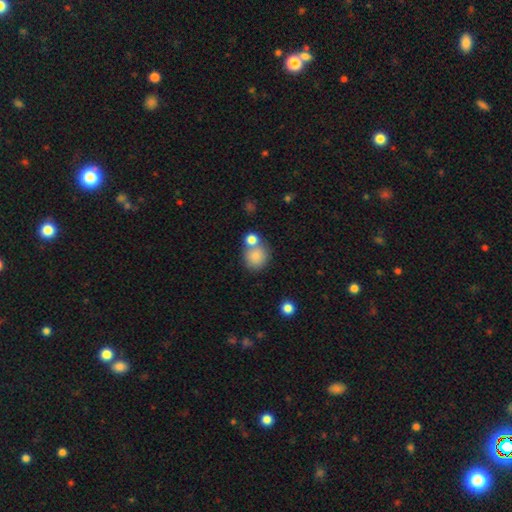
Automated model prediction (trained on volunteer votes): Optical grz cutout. It shows a smooth galaxy with no disk features (83%) that is round (81%). Merging: none (53%).